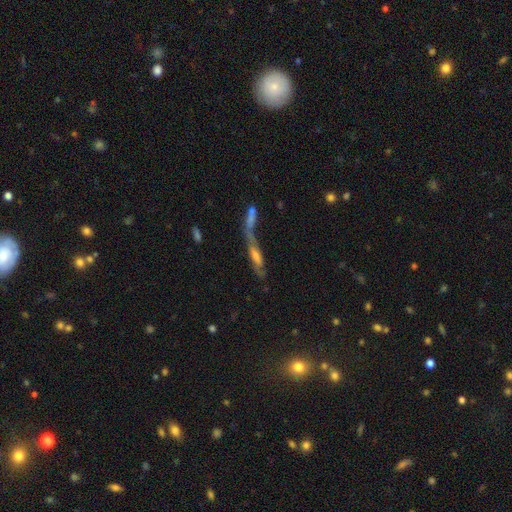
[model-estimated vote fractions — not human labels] Smooth or featured?
  - featured or disk: 51% *
  - smooth: 37%
  - star or artifact: 12%
Edge-on disk?
  - yes: 50% * (tied)
  - no: 50% * (tied)
Merging?
  - merger: 62% *
  - none: 18%
  - major disturbance: 11%
  - minor disturbance: 8%